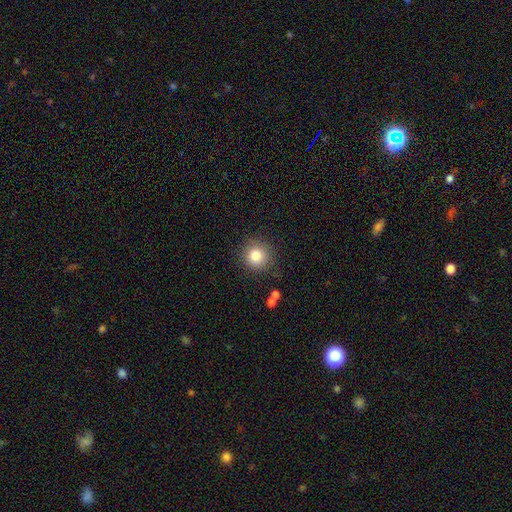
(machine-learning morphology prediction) Smooth or featured?
  - smooth: 83% *
  - star or artifact: 10%
  - featured or disk: 7%
How rounded?
  - round: 92% *
  - in between: 7%
  - cigar-shaped: 1%
Merging?
  - none: 86% *
  - minor disturbance: 9%
  - major disturbance: 3%
  - merger: 2%